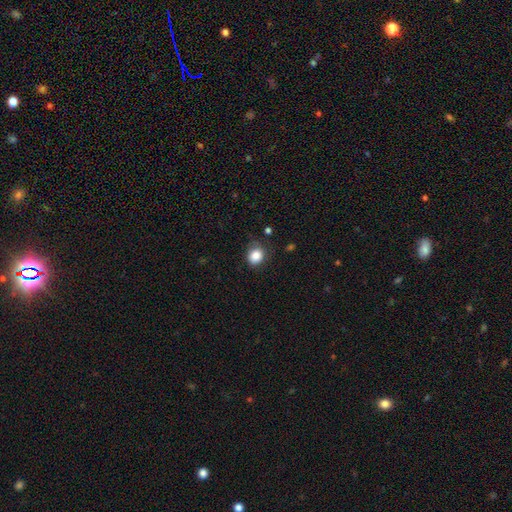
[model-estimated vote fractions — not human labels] smooth 85%, star or artifact 10%, featured or disk 5%. Down the decision tree: how rounded — round (68%); merging — none (70%).